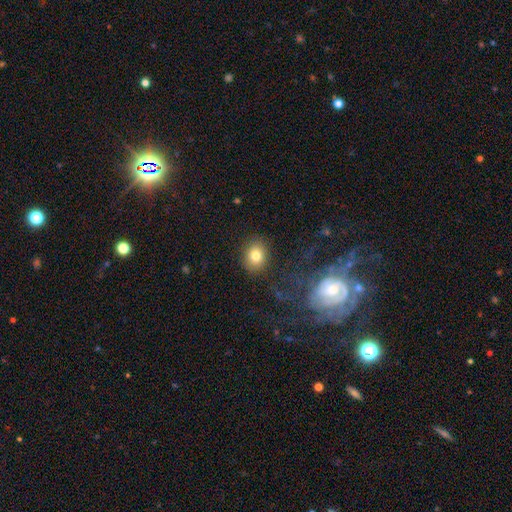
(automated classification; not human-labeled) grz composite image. It shows a smooth galaxy with no disk features (79%) that is round (56%). Merging: none (87%).